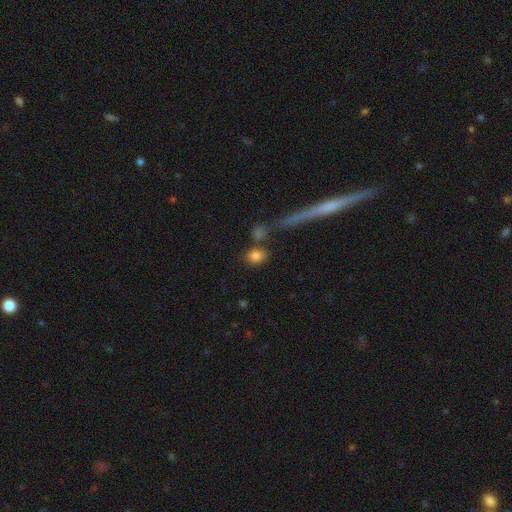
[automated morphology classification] This is clearly a smooth galaxy (82%). How rounded: possibly round (51%). Merging: likely none (70%).